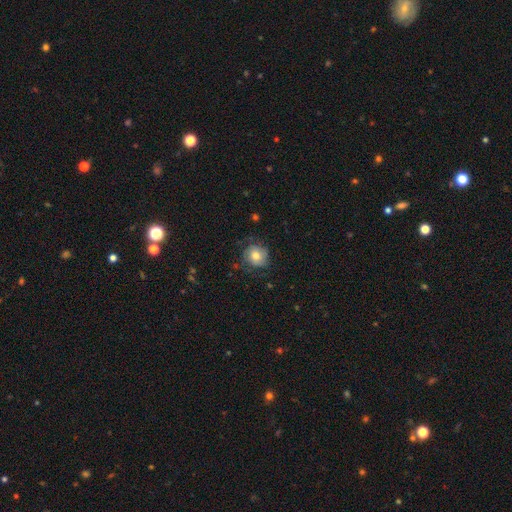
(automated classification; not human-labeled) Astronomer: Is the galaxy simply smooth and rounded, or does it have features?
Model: smooth — 60%.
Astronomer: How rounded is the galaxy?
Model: round — 88%.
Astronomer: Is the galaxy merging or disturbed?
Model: none — 67%.